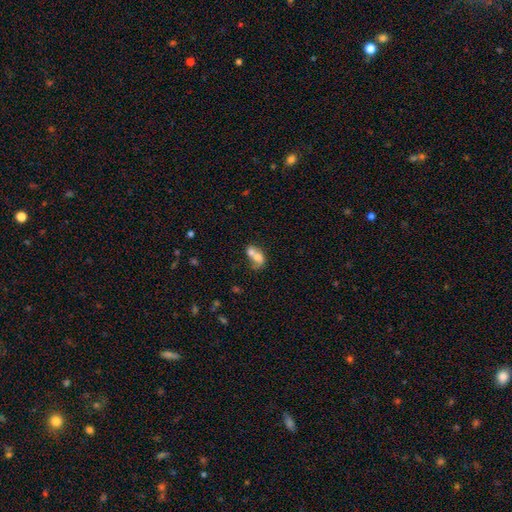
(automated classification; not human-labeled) Morphology: type=smooth (65%); roundness=in between (67%); merging=merger (71%).